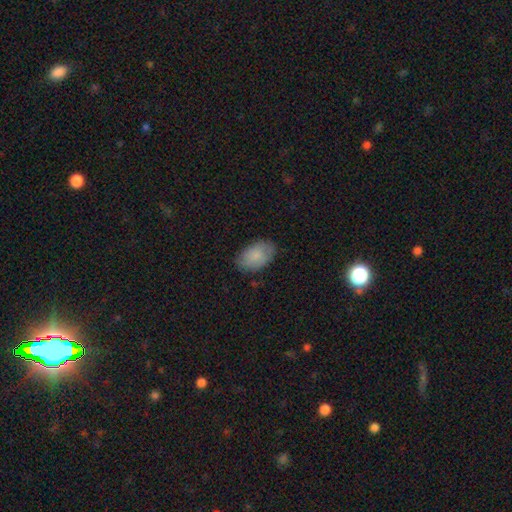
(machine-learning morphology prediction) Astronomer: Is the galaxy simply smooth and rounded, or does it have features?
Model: smooth — 84%.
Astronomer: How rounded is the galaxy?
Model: in between — 92%.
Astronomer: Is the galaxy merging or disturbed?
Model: none — 78%.